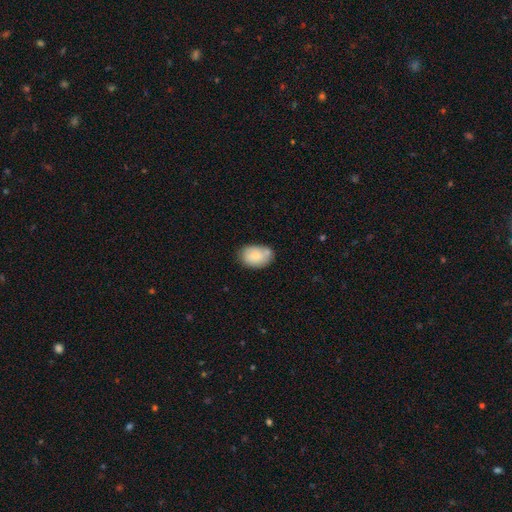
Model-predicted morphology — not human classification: Smooth or featured? Predicted: smooth (p=0.79). How rounded? Predicted: in between (p=0.81). Merging? Predicted: none (p=0.57).